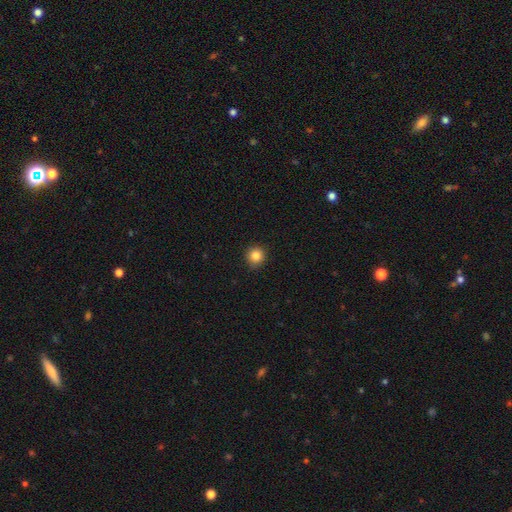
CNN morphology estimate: smooth 84%, star or artifact 11%, featured or disk 5%. Down the decision tree: how rounded — round (94%); merging — none (91%).